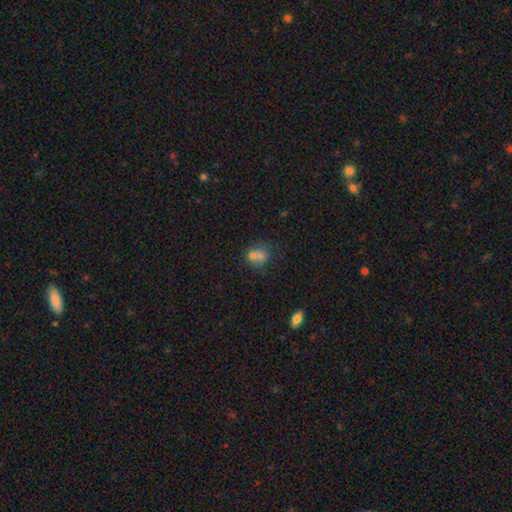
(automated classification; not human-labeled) Smooth or featured?
  - smooth: 67% *
  - featured or disk: 20%
  - star or artifact: 14%
How rounded?
  - round: 69% *
  - in between: 30%
  - cigar-shaped: 1%
Merging?
  - merger: 50% *
  - none: 34%
  - minor disturbance: 10%
  - major disturbance: 6%